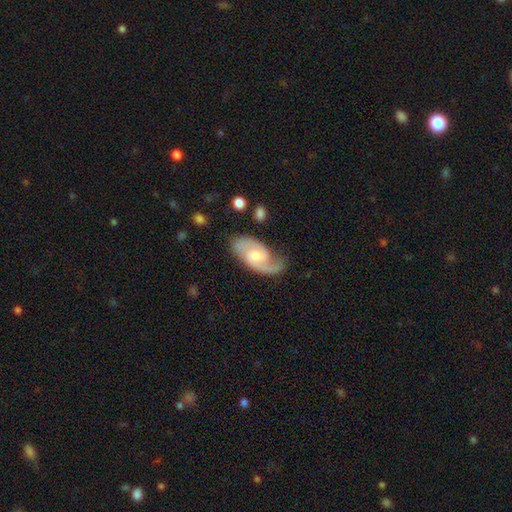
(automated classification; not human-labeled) The model was most divided on "bar": no: 52%, weak: 42%, strong: 6%. More confident: edge-on disk — no (96%); spiral arms — yes (96%); spiral arm count — 2 (85%); smooth or featured — featured or disk (82%); merging — none (71%); spiral winding — medium (52%); bulge size — moderate (52%).